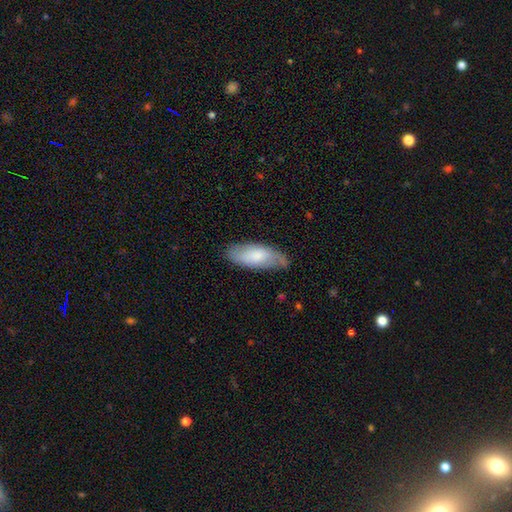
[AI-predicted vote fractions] smooth-or-featured: smooth: 68% | featured or disk: 26% | star or artifact: 6%
  how-rounded: in between: 78% | cigar-shaped: 20% | round: 2%
  merging: none: 74% | minor disturbance: 21% | major disturbance: 4% | merger: 1%